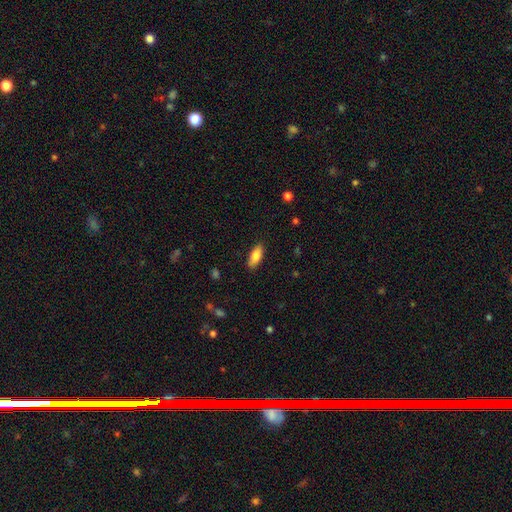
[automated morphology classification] A smooth galaxy with no disk features (82%) that is in between round and cigar-shaped (78%). Merging: none (87%).